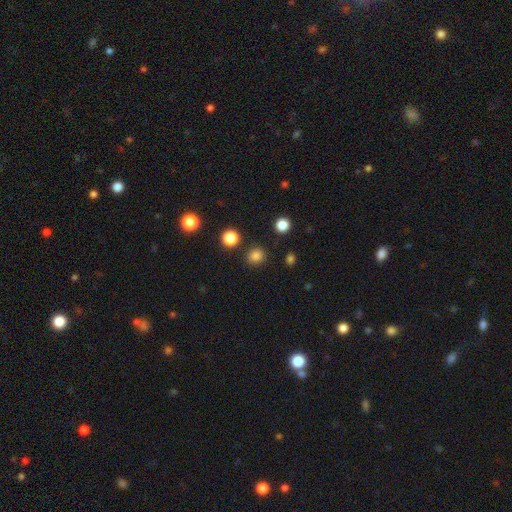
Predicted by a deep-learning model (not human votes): Morphology: type=smooth (82%); roundness=round (87%); merging=none (88%).